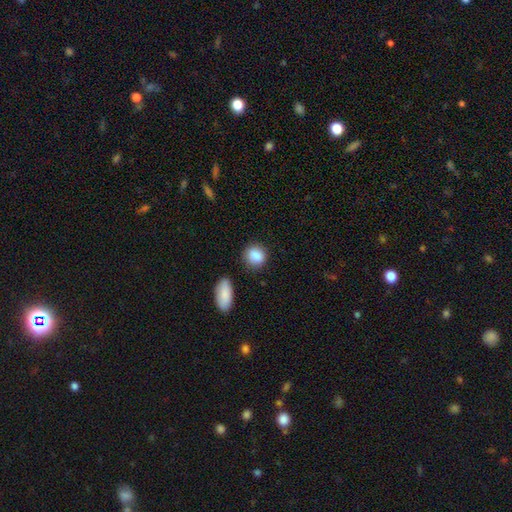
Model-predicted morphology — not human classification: Overall: smooth (88%). How rounded: round (67%; in between 31%). Merging: none (79%).